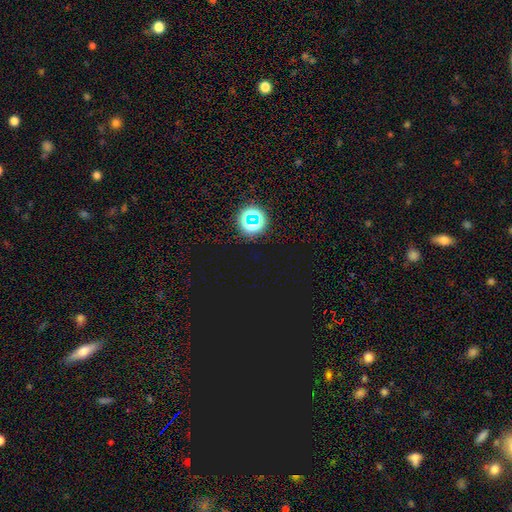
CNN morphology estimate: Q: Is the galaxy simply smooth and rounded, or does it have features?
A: star or artifact — 80%.